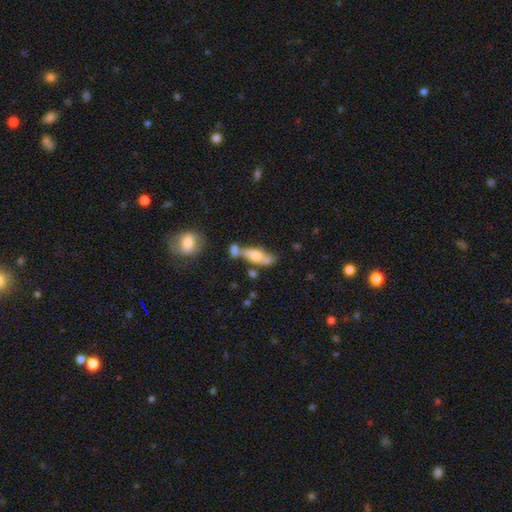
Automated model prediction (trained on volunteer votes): The model was most divided on "merging": none: 43%, merger: 31%, minor disturbance: 18%, major disturbance: 8%. More confident: how rounded — in between (61%); smooth or featured — smooth (59%).